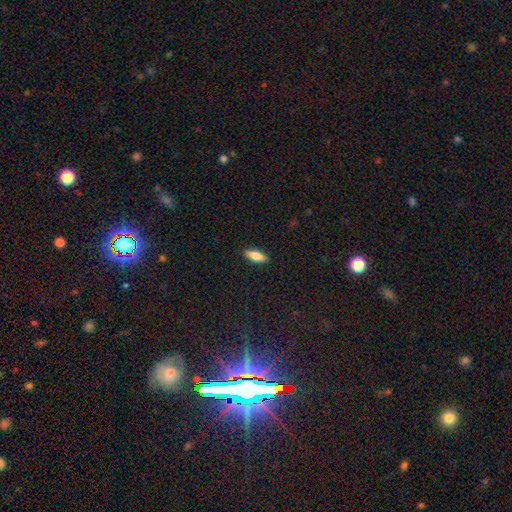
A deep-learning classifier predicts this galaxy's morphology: The model was most divided on "how rounded": in between: 72%, cigar-shaped: 26%, round: 2%. More confident: merging — none (89%); smooth or featured — smooth (77%).